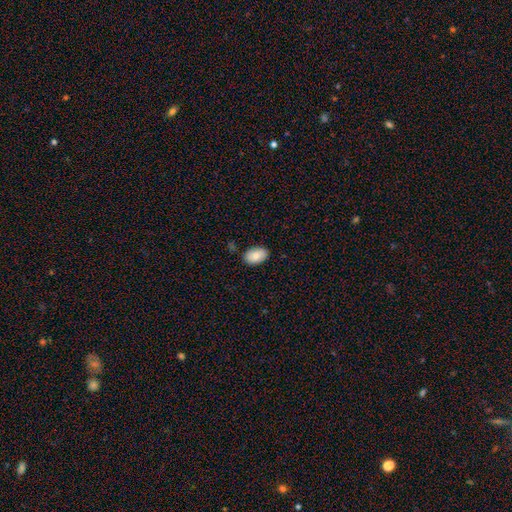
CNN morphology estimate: Q: Smooth or featured?
A: smooth (84%); runner-up: featured or disk (10%)
Q: How rounded?
A: in between (92%); runner-up: round (7%)
Q: Merging?
A: none (85%); runner-up: minor disturbance (11%)